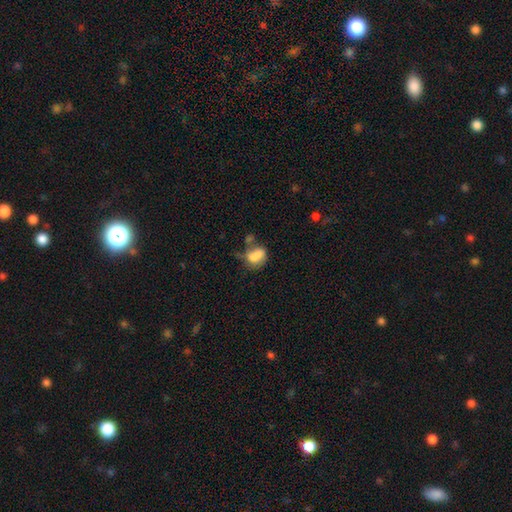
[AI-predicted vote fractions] The model was most divided on "merging": none: 32%, minor disturbance: 26%, merger: 21%, major disturbance: 21%. More confident: how rounded — in between (73%); smooth or featured — smooth (72%).